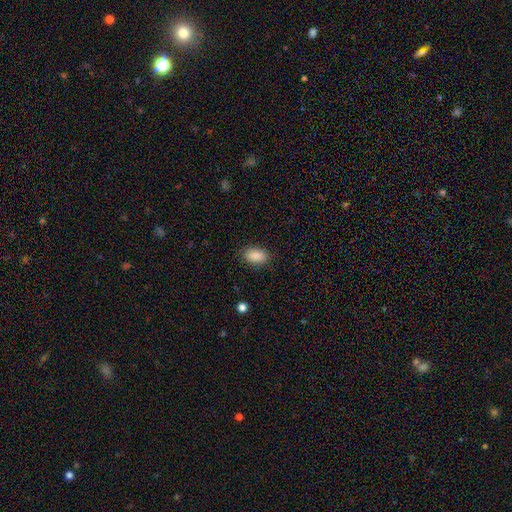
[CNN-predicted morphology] Smooth or featured: smooth — 89% (star or artifact — 7%)
How rounded: in between — 91% (round — 8%)
Merging: none — 86% (minor disturbance — 10%)